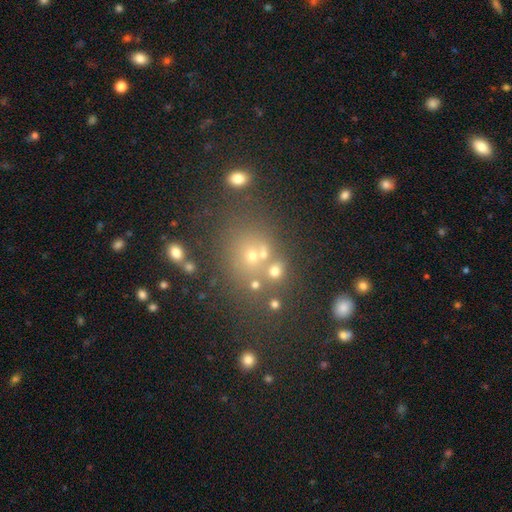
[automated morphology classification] Smooth or featured? smooth (56%)
How rounded? round (72%)
Merging? none (57%)